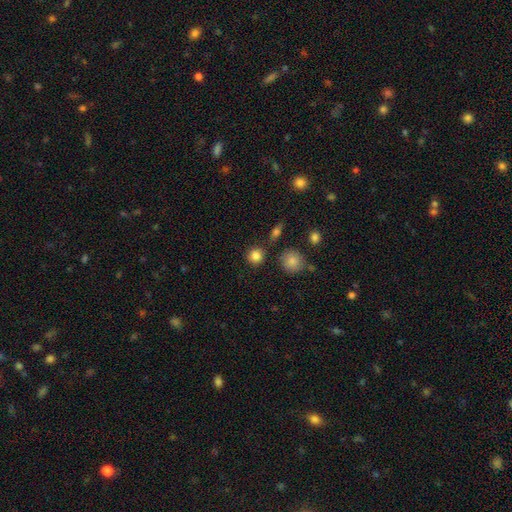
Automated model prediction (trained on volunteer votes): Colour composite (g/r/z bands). It shows a smooth galaxy with no disk features (84%) that is round (90%). Merging: none (82%).